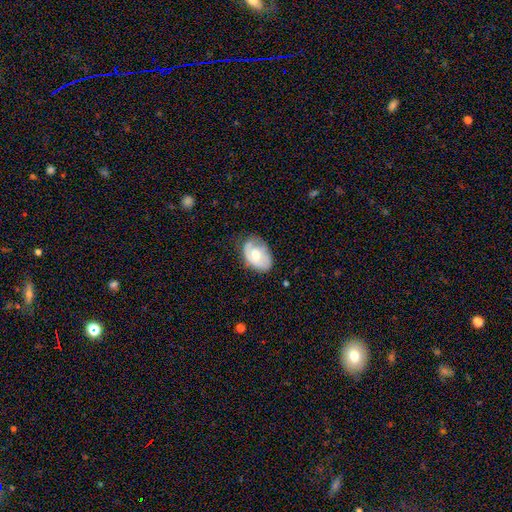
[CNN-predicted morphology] Smooth or featured? featured or disk (47%)
Merging? none (60%)